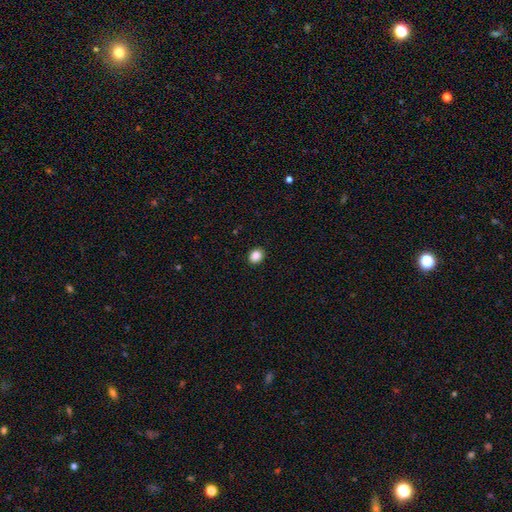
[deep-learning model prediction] Morphology: type=smooth (87%); roundness=round (61%); merging=none (91%).